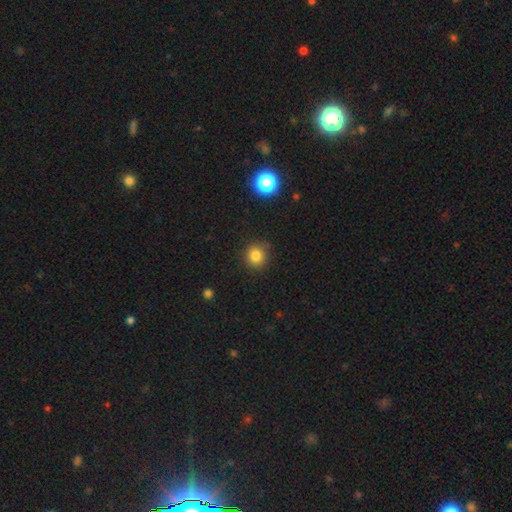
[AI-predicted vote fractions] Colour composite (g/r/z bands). It shows a smooth galaxy with no disk features (82%) that is round (89%). Merging: none (86%).